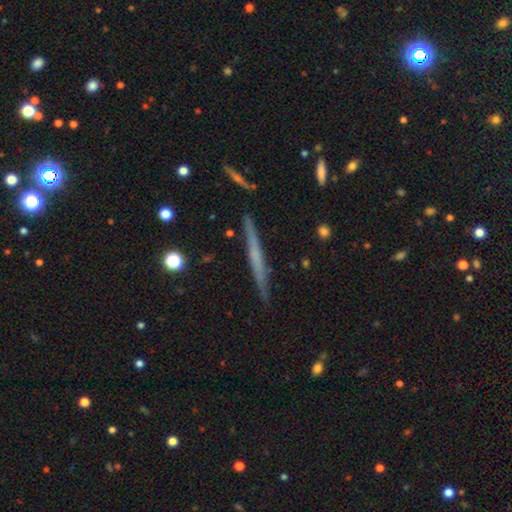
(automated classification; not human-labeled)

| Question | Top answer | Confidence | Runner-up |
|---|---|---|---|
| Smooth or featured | featured or disk | 57% | smooth (36%) |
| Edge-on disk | yes | 97% | no (3%) |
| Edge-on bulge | none | 75% | rounded (17%) |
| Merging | none | 88% | minor disturbance (8%) |